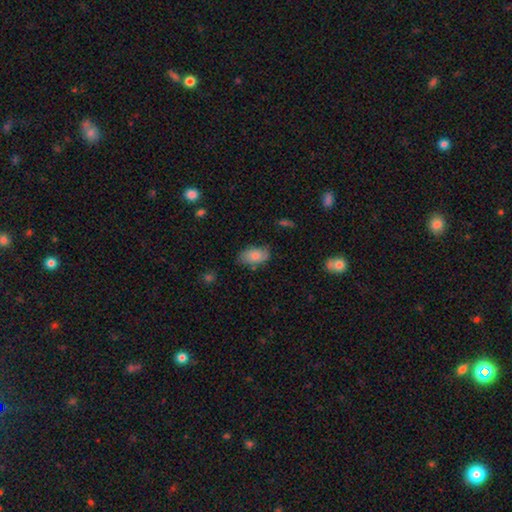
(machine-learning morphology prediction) Overall: smooth (79%). How rounded: in between (92%). Merging: none (71%).